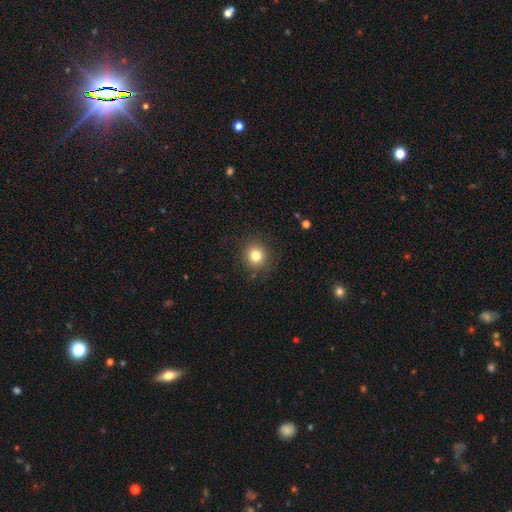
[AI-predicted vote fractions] Smooth or featured?
  - smooth: 81% *
  - star or artifact: 12%
  - featured or disk: 7%
How rounded?
  - round: 90% *
  - in between: 9%
  - cigar-shaped: 1%
Merging?
  - none: 89% *
  - minor disturbance: 7%
  - major disturbance: 3%
  - merger: 1%